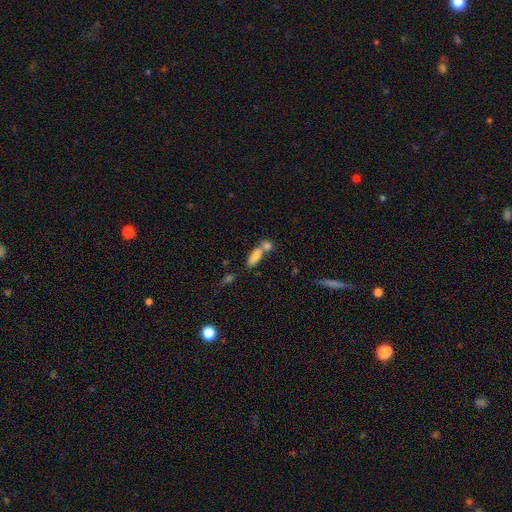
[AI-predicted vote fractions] A smooth galaxy with no disk features (79%) that is in between round and cigar-shaped (75%).

Vote fractions:
- Smooth or featured? smooth: 79% / featured or disk: 12% / star or artifact: 9%
- How rounded? in between: 75% / cigar-shaped: 20% / round: 5%
- Merging? merger: 54% / none: 34% / minor disturbance: 8% / major disturbance: 4%